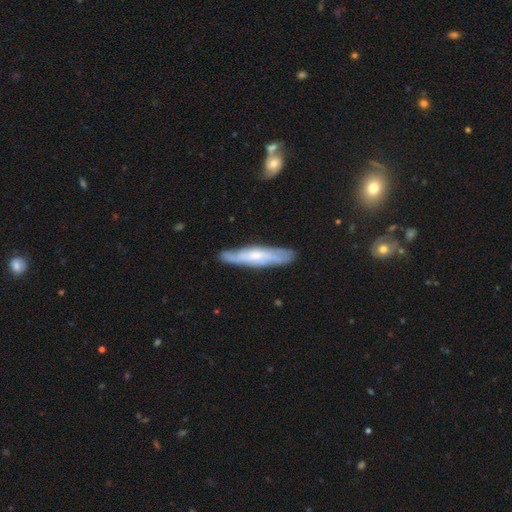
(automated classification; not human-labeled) smooth_or_featured: featured or disk (p=0.60) [alt: smooth p=0.33]
disk_edge_on: yes (p=0.56) [alt: no p=0.44]
merging: none (p=0.80) [alt: minor disturbance p=0.15]